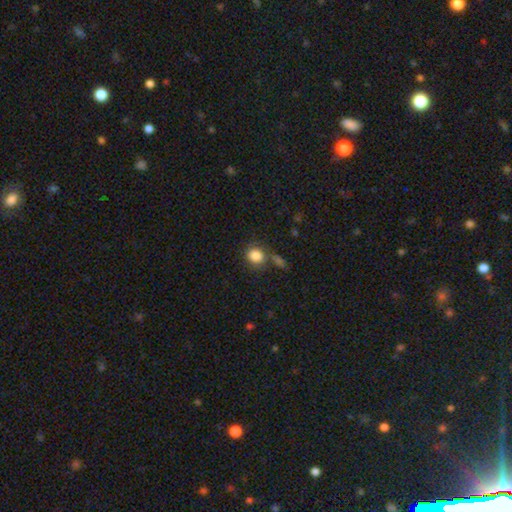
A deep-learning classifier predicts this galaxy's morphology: The model was most divided on "merging": none: 66%, minor disturbance: 15%, merger: 14%, major disturbance: 6%. More confident: smooth or featured — smooth (85%); how rounded — round (78%).